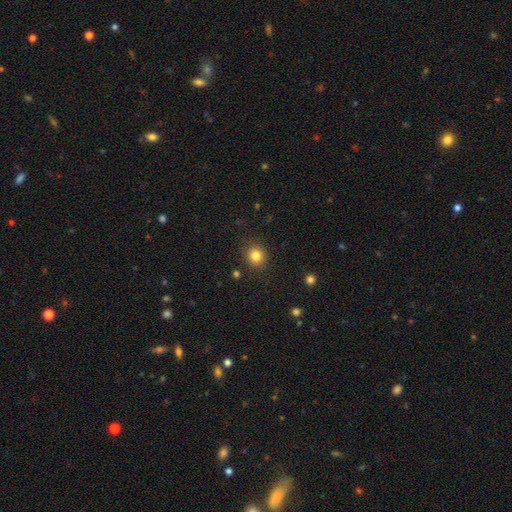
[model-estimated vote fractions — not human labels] Morphology: type=smooth (83%); roundness=round (84%); merging=none (88%).